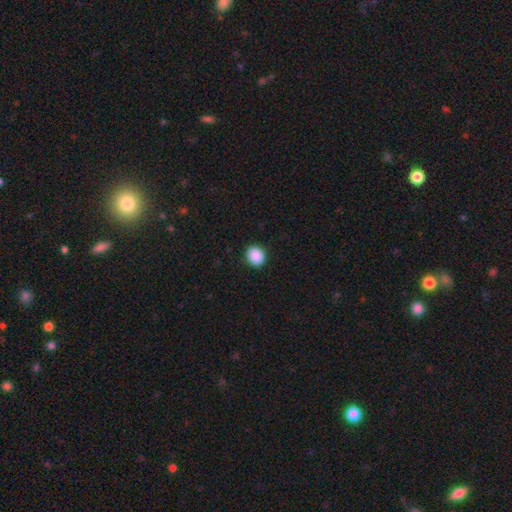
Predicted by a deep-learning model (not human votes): A smooth galaxy with no disk features (90%) that is round (74%). Merging: none (92%).